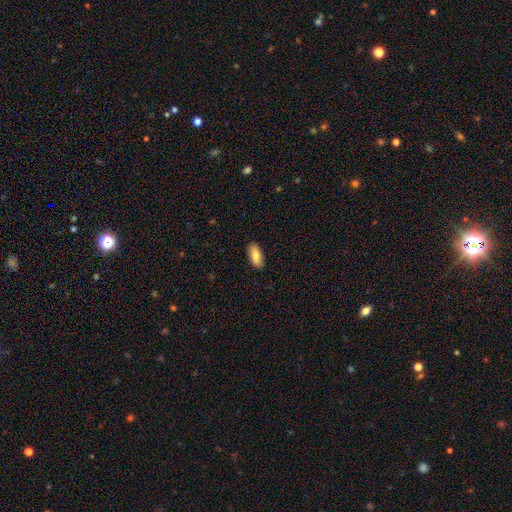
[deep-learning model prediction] Smooth or featured? smooth (81%)
How rounded? in between (87%)
Merging? none (89%)